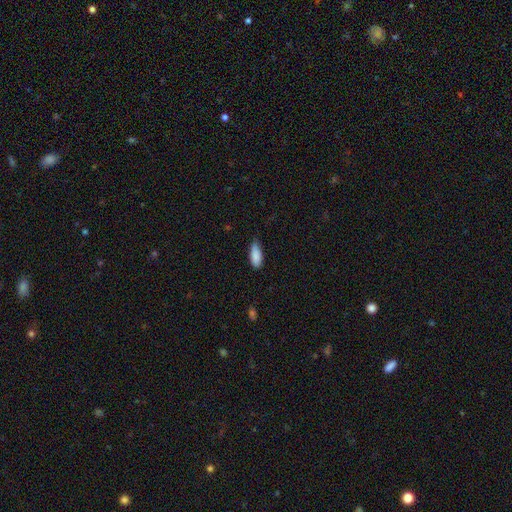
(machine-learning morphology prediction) smooth 87%, star or artifact 7%, featured or disk 6%. Down the decision tree: how rounded — in between (82%); merging — none (59%).